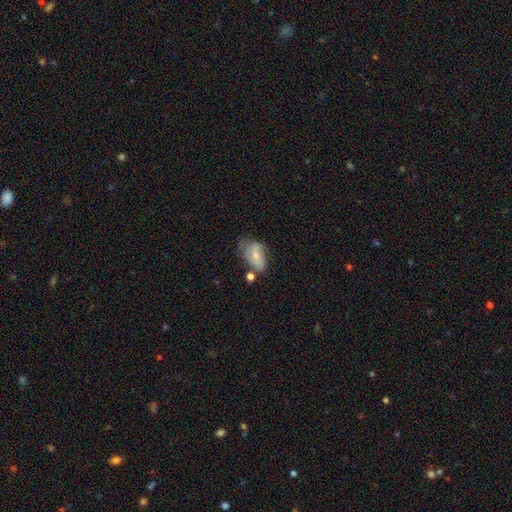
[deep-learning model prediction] A smooth galaxy with no disk features (49%). Merging: none (40%).